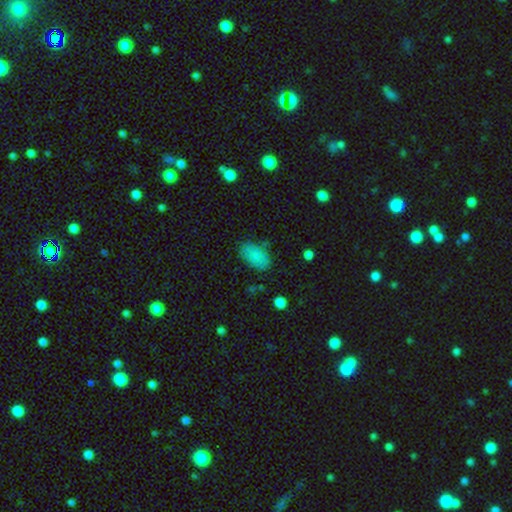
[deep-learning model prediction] Overall: smooth (86%). How rounded: in between (93%). Merging: none (77%).